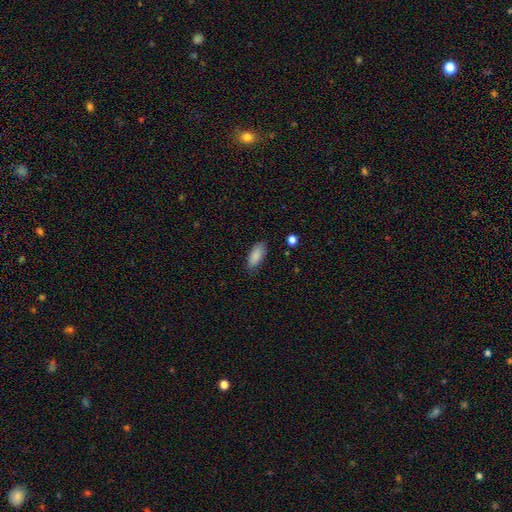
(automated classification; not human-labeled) This is clearly a smooth galaxy (88%). How rounded: clearly in between (84%). Merging: clearly none (82%).